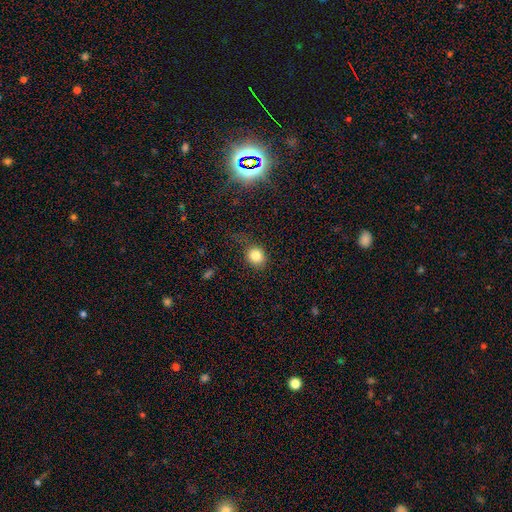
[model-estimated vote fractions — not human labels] The model was most divided on "how rounded": round: 70%, in between: 29%, cigar-shaped: 1%. More confident: smooth or featured — smooth (81%); merging — none (72%).